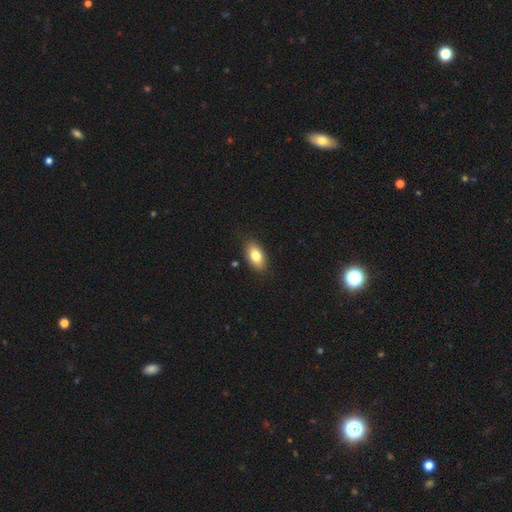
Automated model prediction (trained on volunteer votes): smooth-or-featured: smooth: 79% | featured or disk: 14% | star or artifact: 7%
  how-rounded: in between: 91% | round: 5% | cigar-shaped: 4%
  merging: none: 86% | minor disturbance: 10% | major disturbance: 2% | merger: 2%